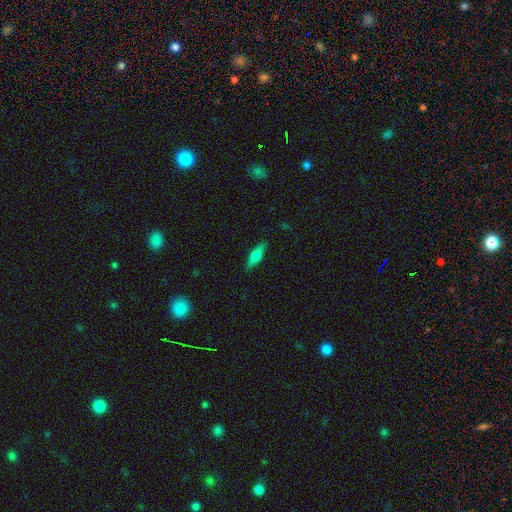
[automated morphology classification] This appears to be a smooth galaxy with no disk features (58%) that is cigar-shaped (63%). Merging: none (87%).